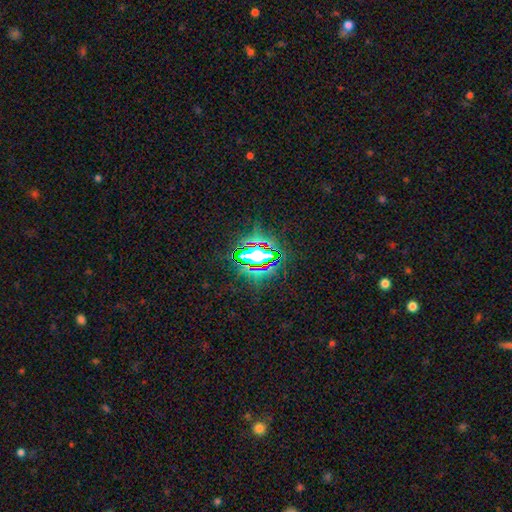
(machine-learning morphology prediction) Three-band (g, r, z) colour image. It shows a star or artifact, not a galaxy (71%).